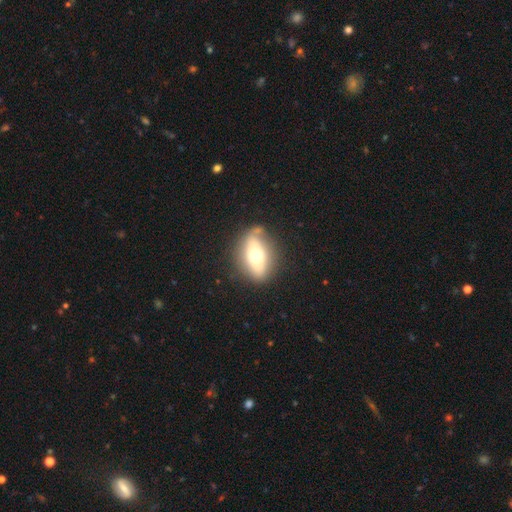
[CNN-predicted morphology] Smooth or featured: smooth — 56% (featured or disk — 37%)
How rounded: in between — 75% (round — 14%)
Merging: none — 72% (minor disturbance — 16%)